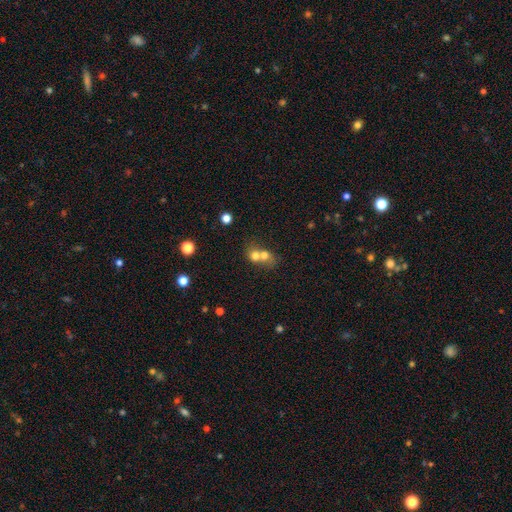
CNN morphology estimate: Overall: smooth (69%). How rounded: round (68%; in between 31%). Merging: merger (72%).